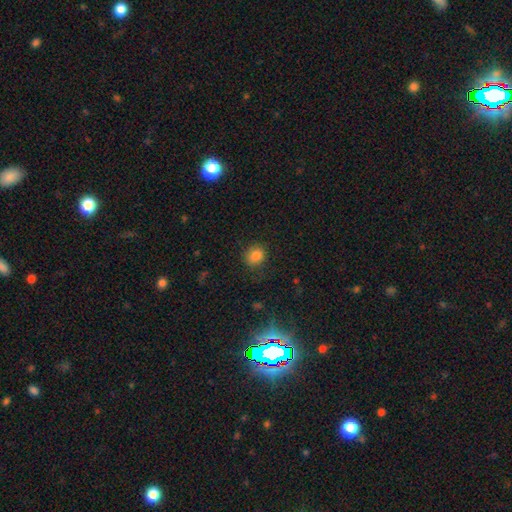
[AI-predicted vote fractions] smooth-or-featured: smooth: 83% | star or artifact: 12% | featured or disk: 5%
  how-rounded: round: 70% | in between: 29% | cigar-shaped: 1%
  merging: none: 80% | minor disturbance: 14% | major disturbance: 4% | merger: 1%